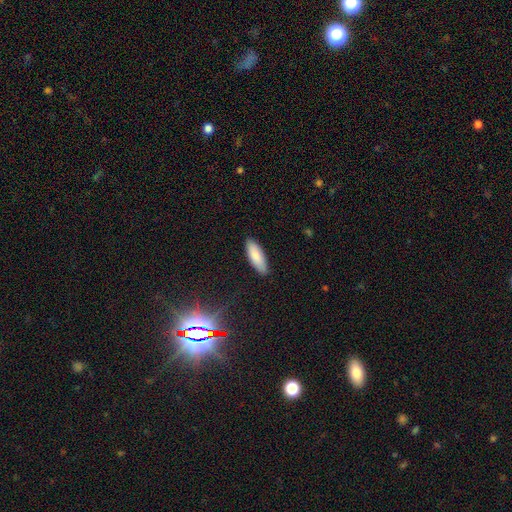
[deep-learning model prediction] A smooth galaxy with no disk features (83%) that is in between round and cigar-shaped (62%). Merging: none (88%).